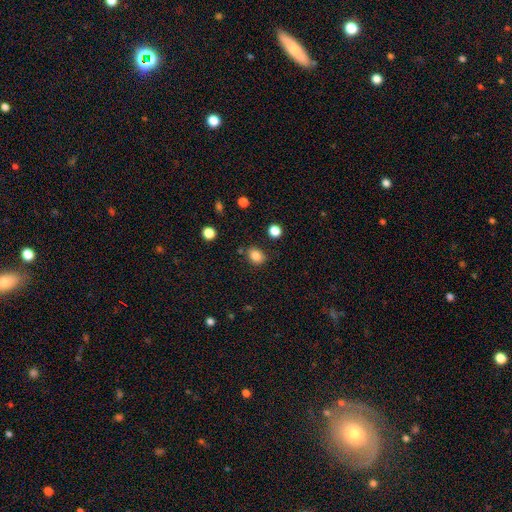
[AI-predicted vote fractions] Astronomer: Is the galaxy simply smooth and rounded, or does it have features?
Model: smooth — 84%.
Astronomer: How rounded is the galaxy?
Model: round — 50% (runner-up: in between, 49%).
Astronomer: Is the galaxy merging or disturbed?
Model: none — 79%.